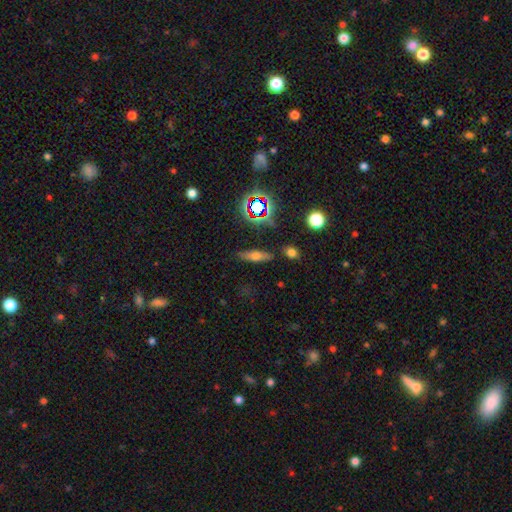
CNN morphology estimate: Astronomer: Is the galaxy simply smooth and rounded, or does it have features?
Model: smooth — 54% (runner-up: featured or disk, 30%).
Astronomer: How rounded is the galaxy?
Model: cigar-shaped — 55% (runner-up: in between, 40%).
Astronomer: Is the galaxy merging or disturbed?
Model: none — 82%.